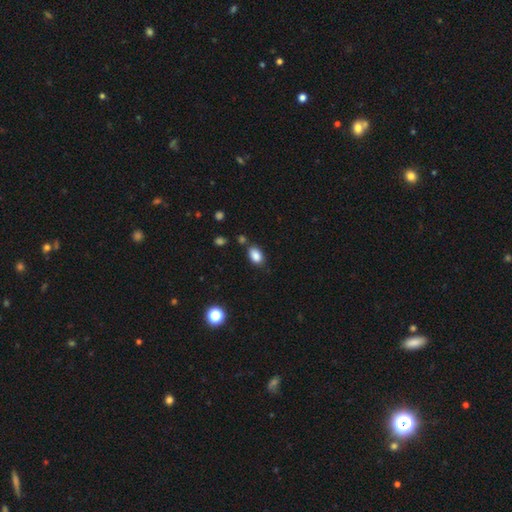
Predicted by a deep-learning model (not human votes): Smooth or featured: smooth — 86% (star or artifact — 9%)
How rounded: in between — 88% (round — 10%)
Merging: none — 74% (minor disturbance — 16%)